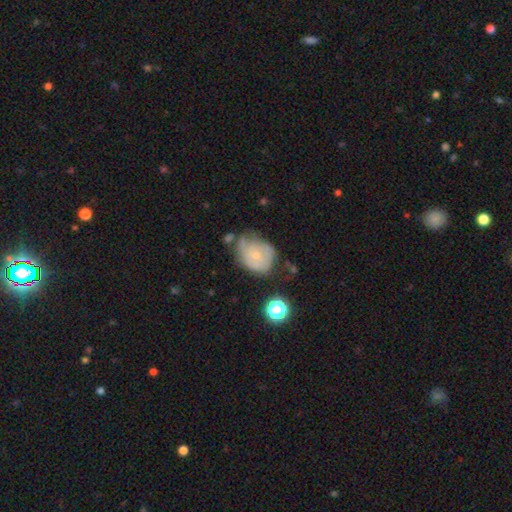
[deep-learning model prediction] Morphology: type=featured or disk (54%); edge-on=no (97%); bar=no (80%); spiral arms=yes (69%); bulge=small (60%); merging=none (43%).